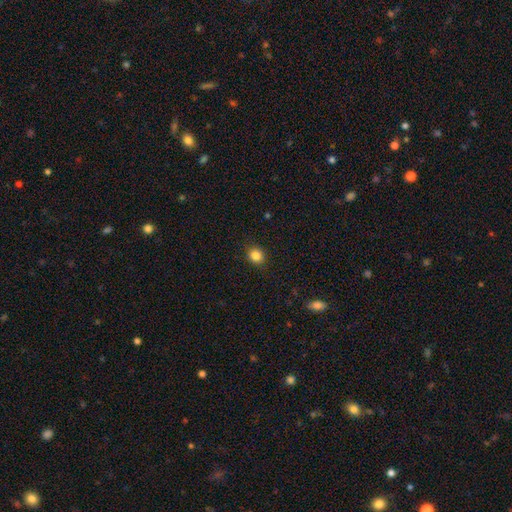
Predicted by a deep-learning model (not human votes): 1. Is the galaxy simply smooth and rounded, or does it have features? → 85% smooth, 11% star or artifact, 4% featured or disk.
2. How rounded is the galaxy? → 82% round, 17% in between, 1% cigar-shaped.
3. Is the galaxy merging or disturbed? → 89% none, 8% minor disturbance, 2% major disturbance, 1% merger.